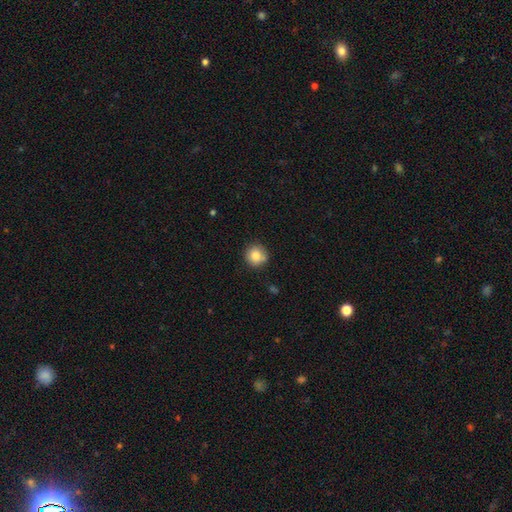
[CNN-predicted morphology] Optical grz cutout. It shows a smooth galaxy with no disk features (83%) that is round (93%). Merging: none (81%).